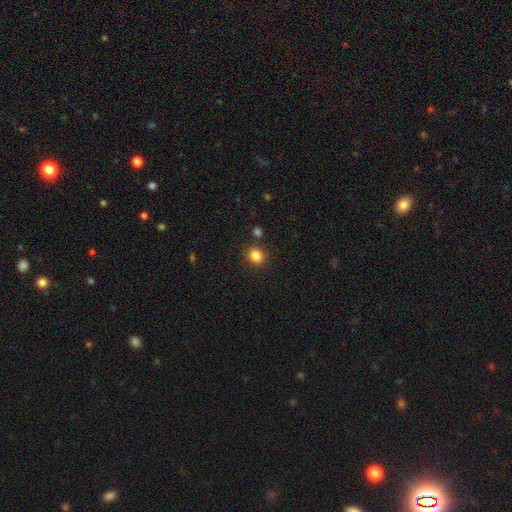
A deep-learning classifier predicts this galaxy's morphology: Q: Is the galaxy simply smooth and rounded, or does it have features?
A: smooth — 84%.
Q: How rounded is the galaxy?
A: round — 73%.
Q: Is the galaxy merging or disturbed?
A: none — 84%.